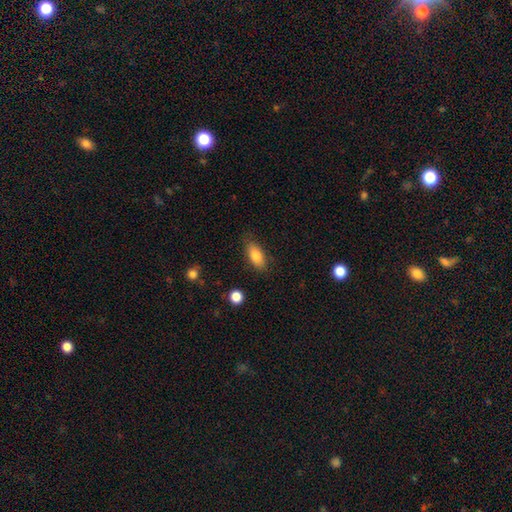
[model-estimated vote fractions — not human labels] Smooth or featured? smooth (84%)
How rounded? in between (85%)
Merging? none (80%)